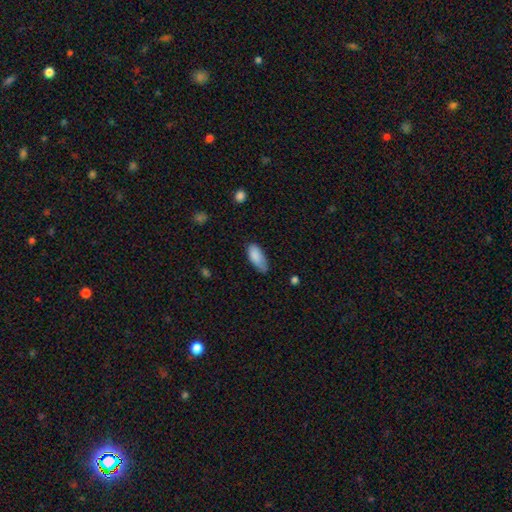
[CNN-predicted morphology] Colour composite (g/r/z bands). It shows a smooth galaxy with no disk features (86%) that is in between round and cigar-shaped (86%). Merging: none (52%).